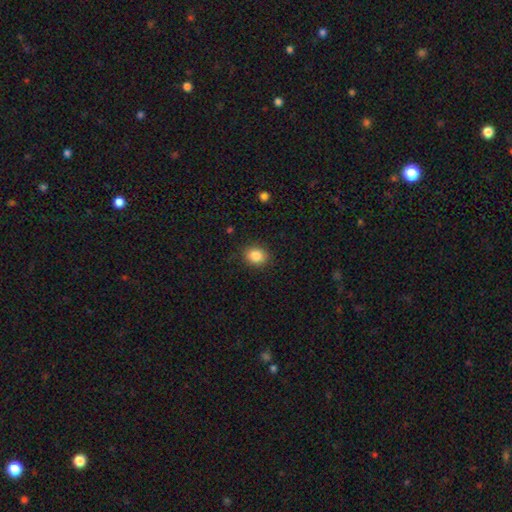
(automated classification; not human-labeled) Smooth or featured?
  - smooth: 86% *
  - star or artifact: 9%
  - featured or disk: 5%
How rounded?
  - round: 59% *
  - in between: 40%
  - cigar-shaped: 1%
Merging?
  - none: 87% *
  - minor disturbance: 9%
  - major disturbance: 3%
  - merger: 1%